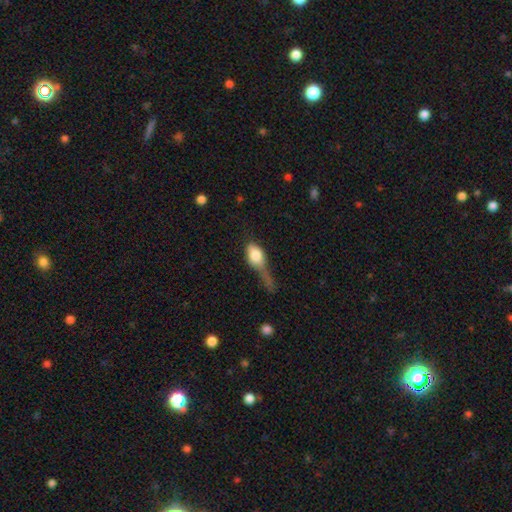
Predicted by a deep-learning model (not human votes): This is likely a smooth galaxy (73%). How rounded: likely in between (77%). Merging: possibly major disturbance (46%).